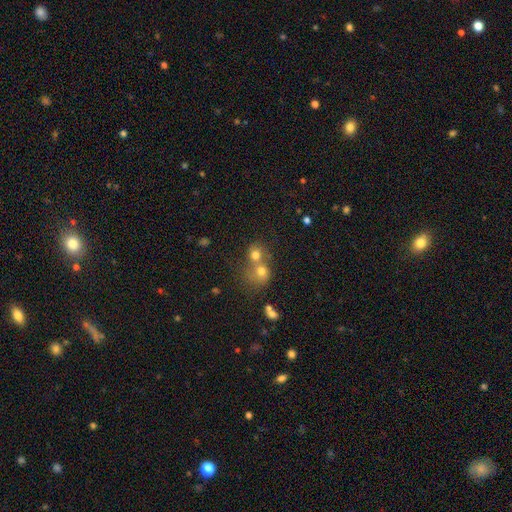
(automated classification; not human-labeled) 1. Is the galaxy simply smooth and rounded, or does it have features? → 67% smooth, 17% star or artifact, 16% featured or disk.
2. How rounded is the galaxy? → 74% round, 25% in between, 1% cigar-shaped.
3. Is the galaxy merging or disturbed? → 63% merger, 29% none, 6% minor disturbance, 3% major disturbance.